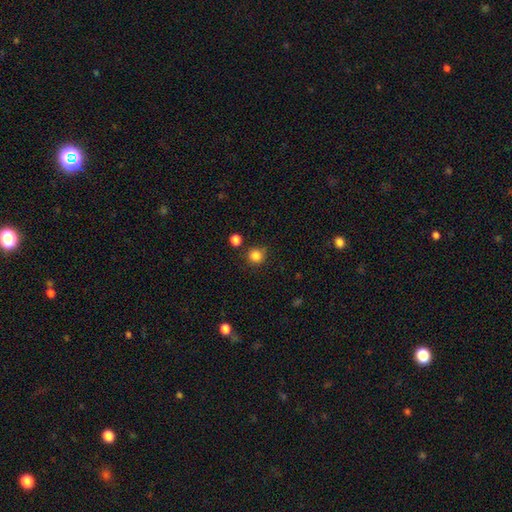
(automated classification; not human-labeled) Smooth or featured? Predicted: smooth (p=0.84). How rounded? Predicted: round (p=0.92). Merging? Predicted: none (p=0.78).